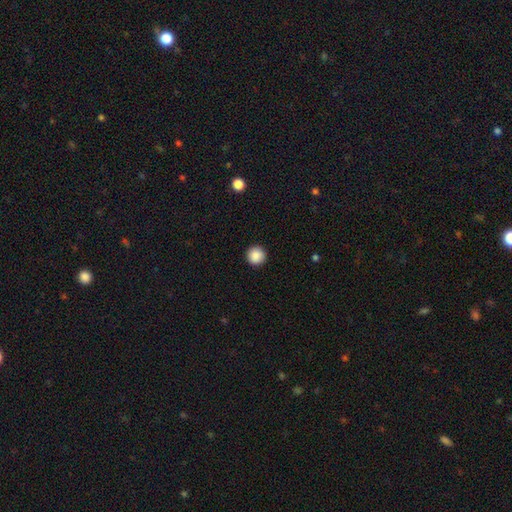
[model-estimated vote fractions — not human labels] Smooth or featured?
  - smooth: 89% *
  - star or artifact: 9%
  - featured or disk: 3%
How rounded?
  - round: 96% *
  - in between: 3%
  - cigar-shaped: 1%
Merging?
  - none: 93% *
  - minor disturbance: 5%
  - major disturbance: 2%
  - merger: 1%